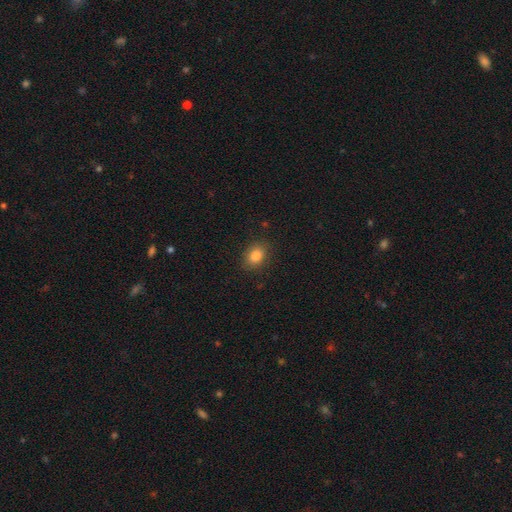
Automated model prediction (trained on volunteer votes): smooth 85%, star or artifact 10%, featured or disk 5%. Down the decision tree: how rounded — in between (66%); merging — none (86%).